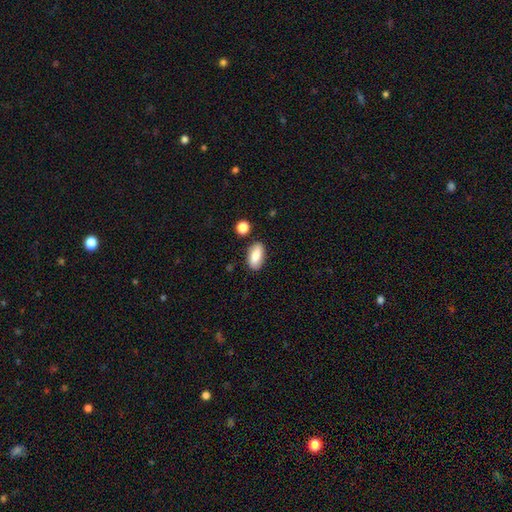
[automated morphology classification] Smooth or featured? smooth (81%)
How rounded? in between (89%)
Merging? none (81%)